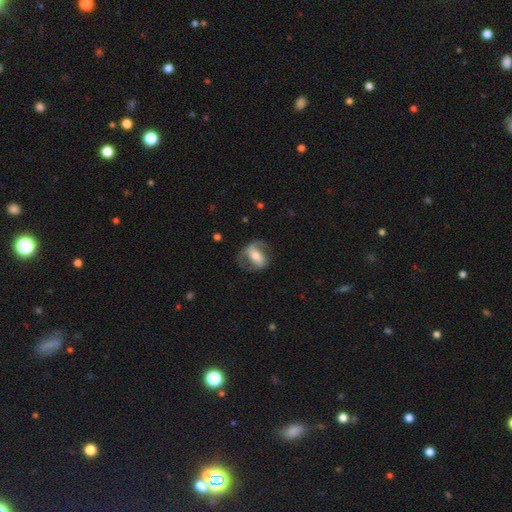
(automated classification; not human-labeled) featured or disk 66%, smooth 28%, star or artifact 6%. Down the decision tree: edge-on disk — no (91%); bar — strong (53%); spiral arms — yes (71%); bulge size — moderate (56%); merging — none (64%).